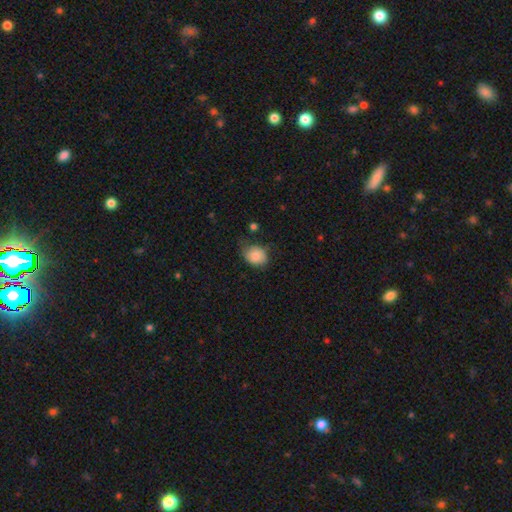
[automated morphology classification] The model was most divided on "how rounded": in between: 51%, round: 48%, cigar-shaped: 1%. More confident: smooth or featured — smooth (84%); merging — none (55%).